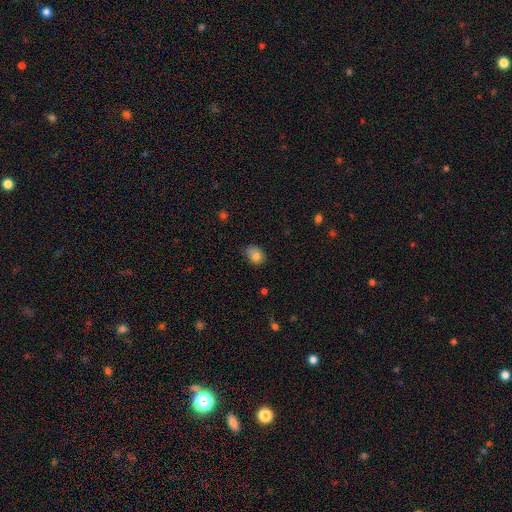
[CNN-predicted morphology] smooth_or_featured: smooth (p=0.80) [alt: star or artifact p=0.10]
how_rounded: in between (p=0.57) [alt: round p=0.42]
merging: none (p=0.58) [alt: minor disturbance p=0.31]